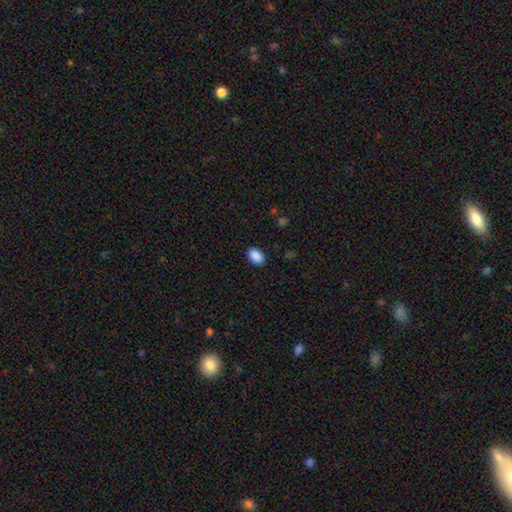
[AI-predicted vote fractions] A smooth galaxy with no disk features (90%) that is in between round and cigar-shaped (89%).

Vote fractions:
- Smooth or featured? smooth: 90% / star or artifact: 7% / featured or disk: 3%
- How rounded? in between: 89% / round: 10% / cigar-shaped: 1%
- Merging? none: 89% / minor disturbance: 8% / major disturbance: 2% / merger: 1%